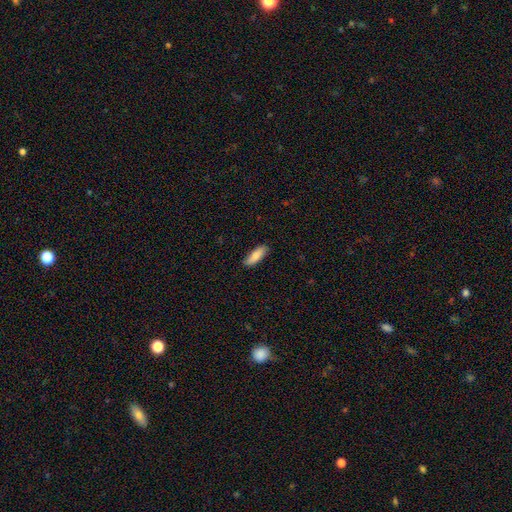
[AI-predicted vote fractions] smooth_or_featured: smooth (p=0.82) [alt: featured or disk p=0.12]
how_rounded: in between (p=0.61) [alt: cigar-shaped p=0.37]
merging: none (p=0.86) [alt: minor disturbance p=0.12]